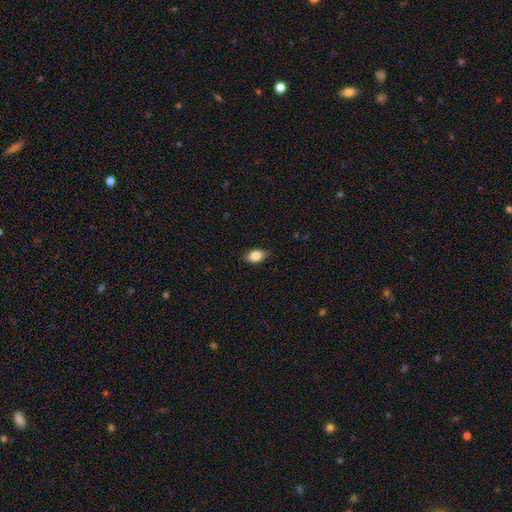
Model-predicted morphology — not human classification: type=smooth (81%); roundness=in between (82%); merging=none (82%).